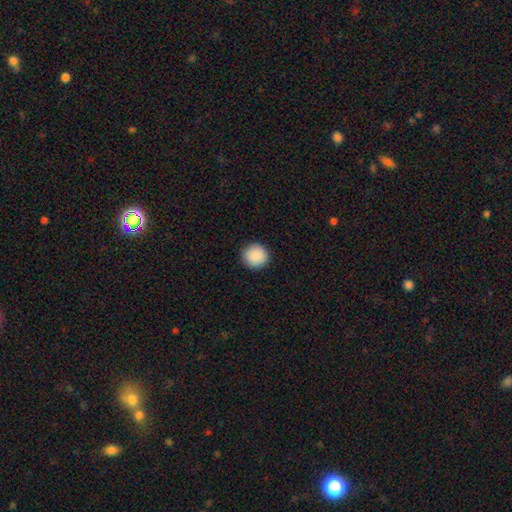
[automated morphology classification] Overall: smooth (90%). How rounded: round (96%). Merging: none (92%).